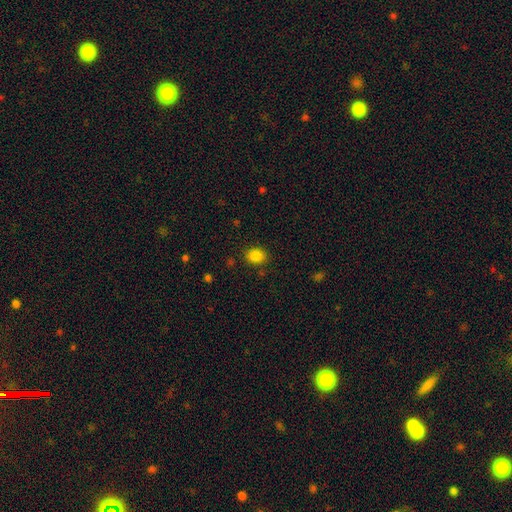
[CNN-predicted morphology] Smooth or featured?
  - smooth: 85% *
  - star or artifact: 11%
  - featured or disk: 4%
How rounded?
  - round: 57% *
  - in between: 42%
  - cigar-shaped: 1%
Merging?
  - none: 85% *
  - minor disturbance: 10%
  - major disturbance: 3%
  - merger: 2%